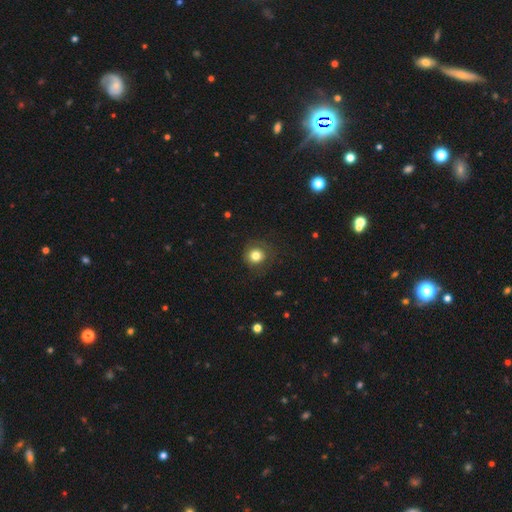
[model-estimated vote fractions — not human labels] smooth_or_featured: smooth (p=0.79) [alt: star or artifact p=0.12]
how_rounded: round (p=0.92) [alt: in between p=0.07]
merging: none (p=0.79) [alt: minor disturbance p=0.12]